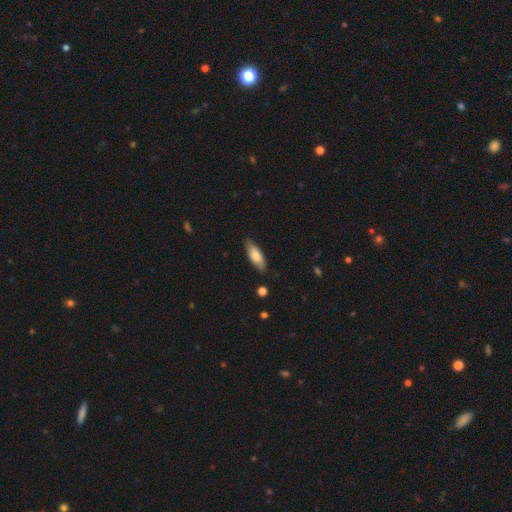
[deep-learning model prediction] Q: Smooth or featured?
A: smooth (76%); runner-up: featured or disk (18%)
Q: How rounded?
A: in between (61%); runner-up: cigar-shaped (37%)
Q: Merging?
A: none (84%); runner-up: minor disturbance (12%)